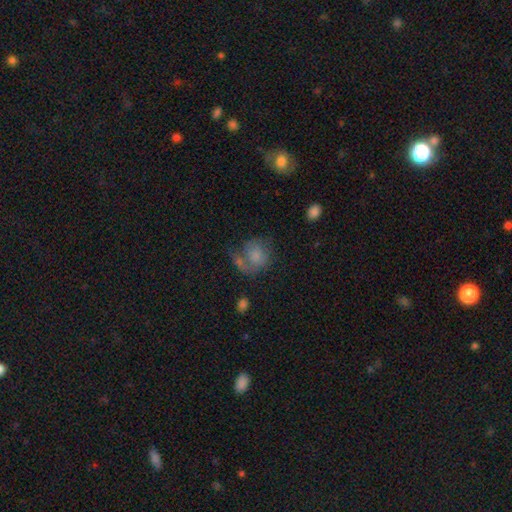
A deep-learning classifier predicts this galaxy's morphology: Q: Smooth or featured?
A: smooth (56%); runner-up: featured or disk (36%)
Q: How rounded?
A: round (69%); runner-up: in between (30%)
Q: Merging?
A: none (35%); runner-up: major disturbance (25%)